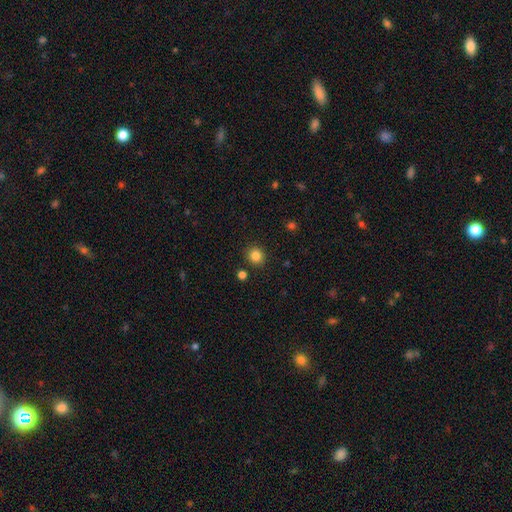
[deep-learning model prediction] Smooth or featured? smooth (84%)
How rounded? round (88%)
Merging? none (89%)